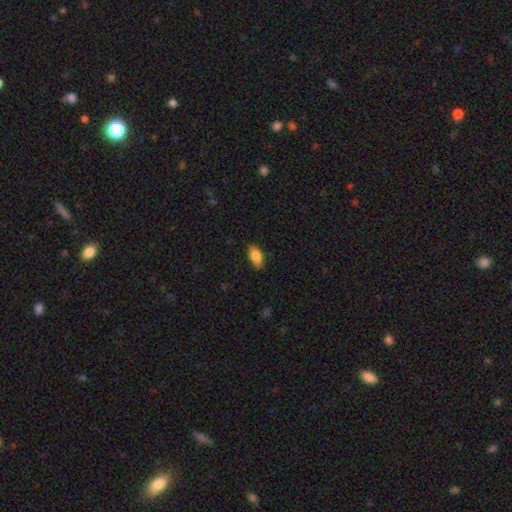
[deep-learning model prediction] Smooth or featured: smooth — 86% (star or artifact — 7%)
How rounded: in between — 93% (round — 4%)
Merging: none — 76% (minor disturbance — 20%)